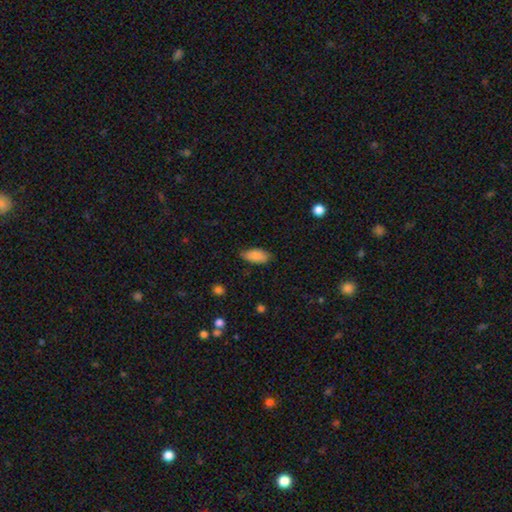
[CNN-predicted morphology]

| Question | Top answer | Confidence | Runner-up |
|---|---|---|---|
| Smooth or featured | smooth | 86% | featured or disk (8%) |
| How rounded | in between | 90% | cigar-shaped (7%) |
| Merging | none | 79% | minor disturbance (17%) |